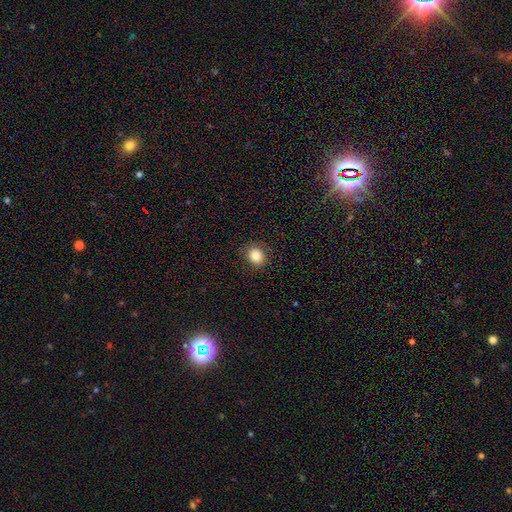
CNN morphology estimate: A smooth galaxy with no disk features (84%) that is round (74%).

Vote fractions:
- Smooth or featured? smooth: 84% / star or artifact: 11% / featured or disk: 6%
- How rounded? round: 74% / in between: 25% / cigar-shaped: 1%
- Merging? none: 87% / minor disturbance: 9% / major disturbance: 3% / merger: 1%